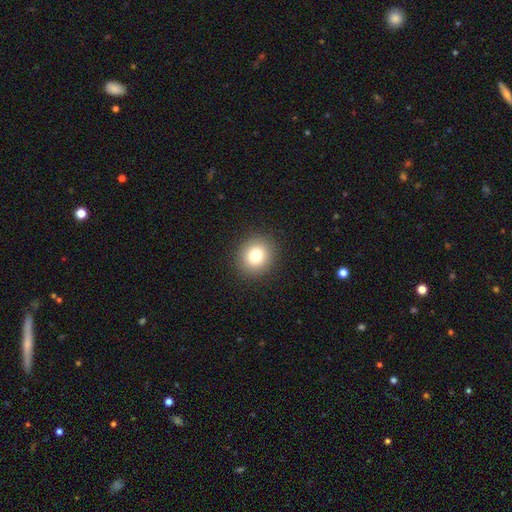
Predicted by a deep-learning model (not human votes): smooth 81%, star or artifact 11%, featured or disk 8%. Down the decision tree: how rounded — round (81%); merging — none (91%).